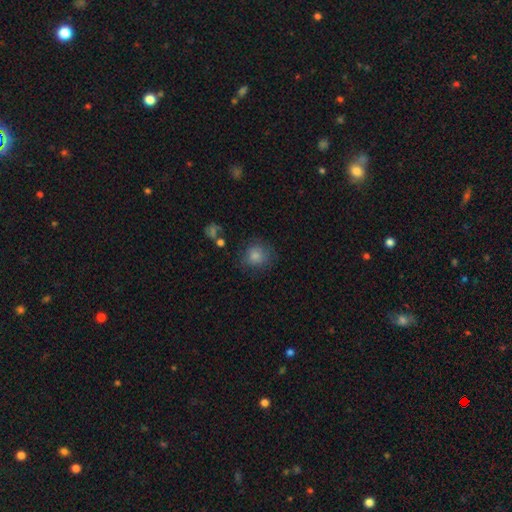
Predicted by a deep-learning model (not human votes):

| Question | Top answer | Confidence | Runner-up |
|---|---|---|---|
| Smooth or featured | smooth | 82% | star or artifact (10%) |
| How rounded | round | 83% | in between (16%) |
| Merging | none | 74% | minor disturbance (16%) |